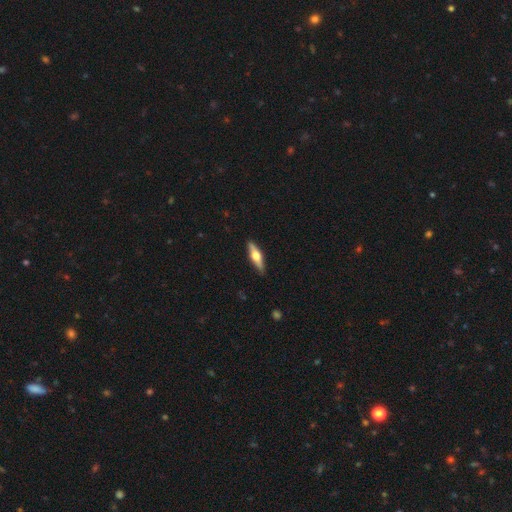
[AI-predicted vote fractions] Smooth or featured: featured or disk — 57% (smooth — 38%)
Edge-on disk: yes — 94% (no — 6%)
Edge-on bulge: rounded — 94% (boxy — 4%)
Merging: none — 89% (minor disturbance — 8%)